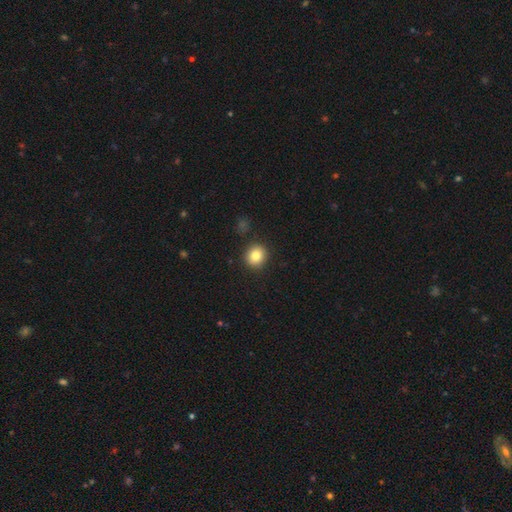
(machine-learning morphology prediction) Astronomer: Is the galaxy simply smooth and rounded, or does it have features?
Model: smooth — 83%.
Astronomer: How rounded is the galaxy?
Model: round — 87%.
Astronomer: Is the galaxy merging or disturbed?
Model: none — 90%.